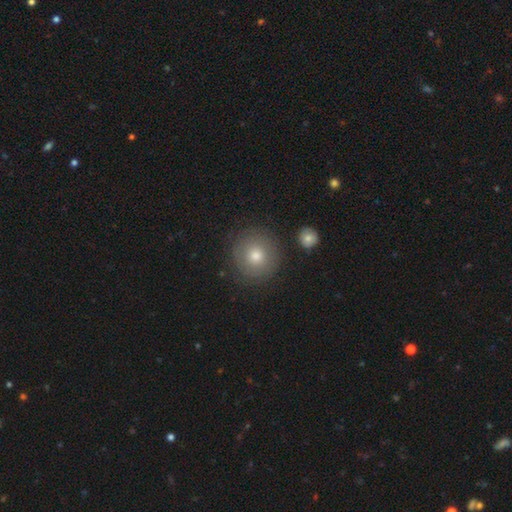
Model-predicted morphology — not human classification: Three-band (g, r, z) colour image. It shows a smooth galaxy with no disk features (71%) that is round (93%). Merging: none (87%).